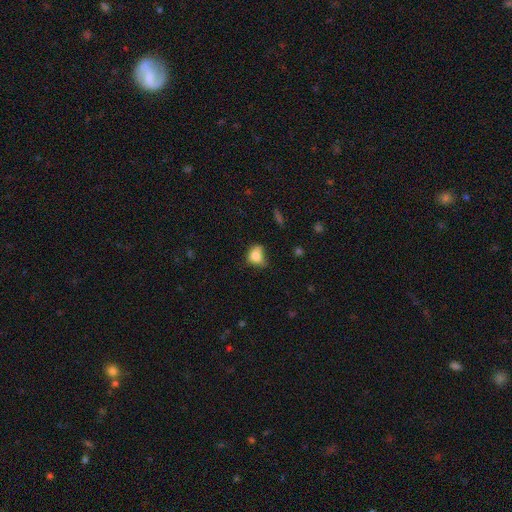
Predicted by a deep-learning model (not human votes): smooth 79%, featured or disk 10%, star or artifact 10%. Down the decision tree: how rounded — in between (62%); merging — minor disturbance (39%).